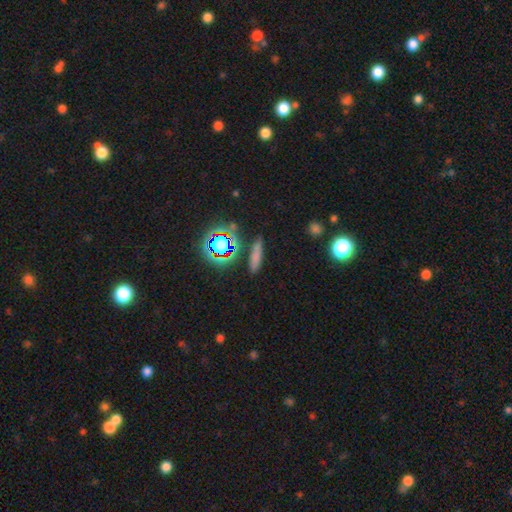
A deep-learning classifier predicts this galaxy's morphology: smooth 67%, star or artifact 19%, featured or disk 14%. Down the decision tree: how rounded — cigar-shaped (76%); merging — none (84%).